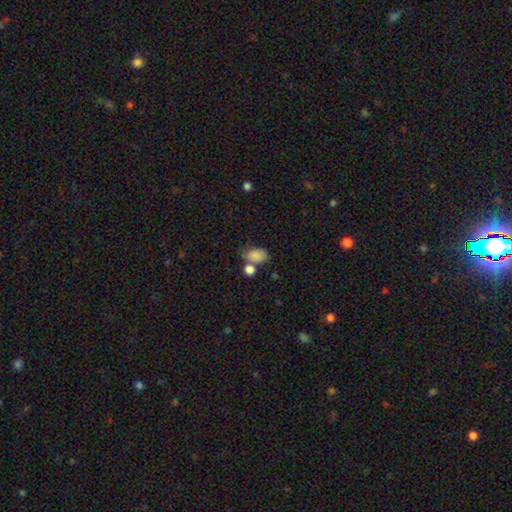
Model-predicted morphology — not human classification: Smooth or featured?
  - smooth: 83% *
  - star or artifact: 9%
  - featured or disk: 8%
How rounded?
  - in between: 82% *
  - round: 16%
  - cigar-shaped: 1%
Merging?
  - none: 47% *
  - merger: 26%
  - minor disturbance: 19%
  - major disturbance: 8%